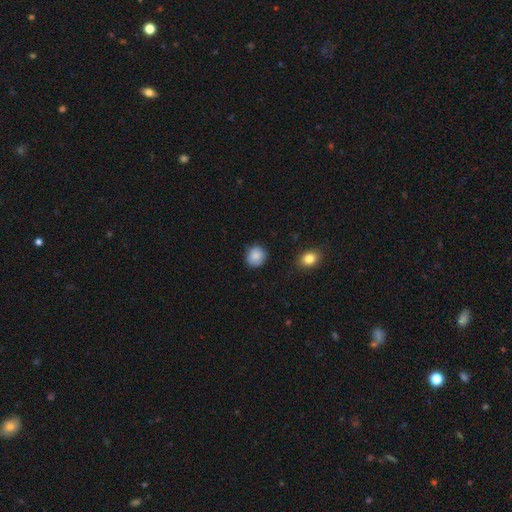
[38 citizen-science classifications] smooth_or_featured: smooth (p=0.89) [alt: star or artifact p=0.08]
how_rounded: round (p=0.88) [alt: in between p=0.12]
merging: none (p=0.74) [alt: minor disturbance p=0.26]